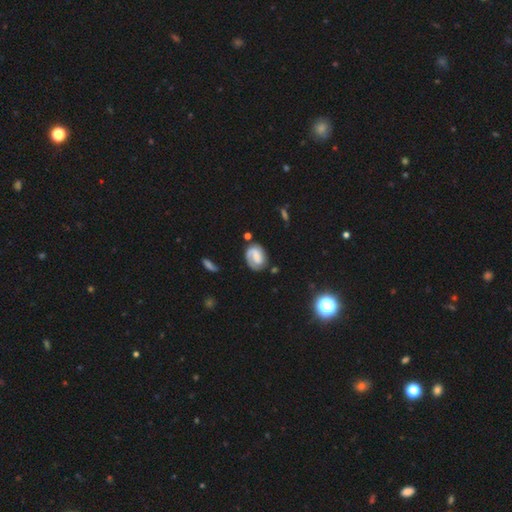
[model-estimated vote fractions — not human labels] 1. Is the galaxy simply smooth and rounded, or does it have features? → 59% featured or disk, 33% smooth, 8% star or artifact.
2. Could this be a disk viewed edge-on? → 97% no, 3% yes.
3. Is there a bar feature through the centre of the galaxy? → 40% no (tied), 40% weak (tied), 20% strong.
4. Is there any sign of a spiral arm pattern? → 88% yes, 12% no.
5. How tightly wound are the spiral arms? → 51% tight, 33% medium, 16% loose.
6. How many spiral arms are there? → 50% 1, 37% 2, 9% can't tell, 1% 3, 1% 4, 1% more than 4.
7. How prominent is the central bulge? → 44% none, 19% small, 18% moderate, 15% large, 3% dominant.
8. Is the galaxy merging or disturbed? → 64% none, 21% minor disturbance, 11% major disturbance, 4% merger.